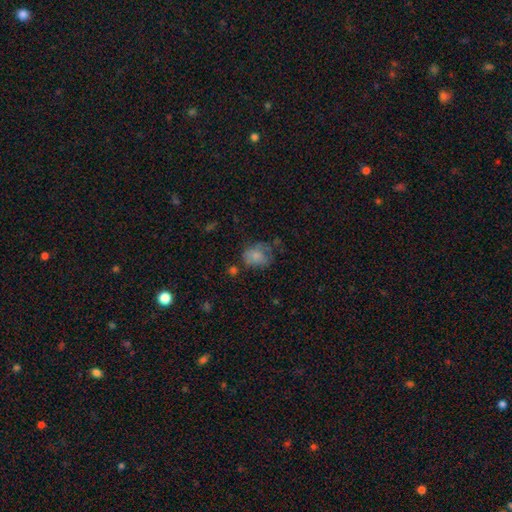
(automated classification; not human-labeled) Q: Smooth or featured?
A: smooth (72%); runner-up: featured or disk (18%)
Q: How rounded?
A: in between (57%); runner-up: round (42%)
Q: Merging?
A: none (39%); runner-up: minor disturbance (30%)